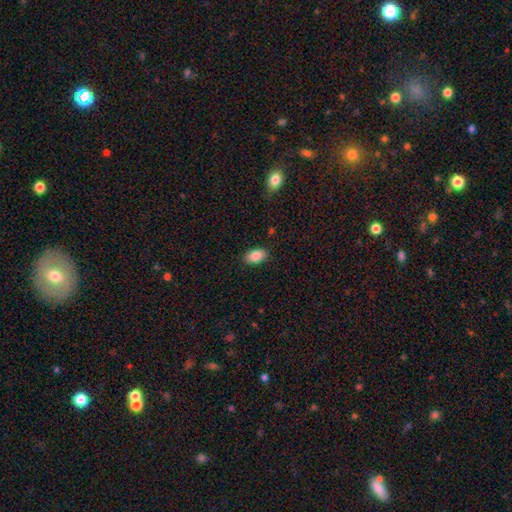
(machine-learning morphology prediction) smooth_or_featured: smooth (p=0.87) [alt: star or artifact p=0.08]
how_rounded: in between (p=0.90) [alt: round p=0.08]
merging: none (p=0.86) [alt: minor disturbance p=0.10]